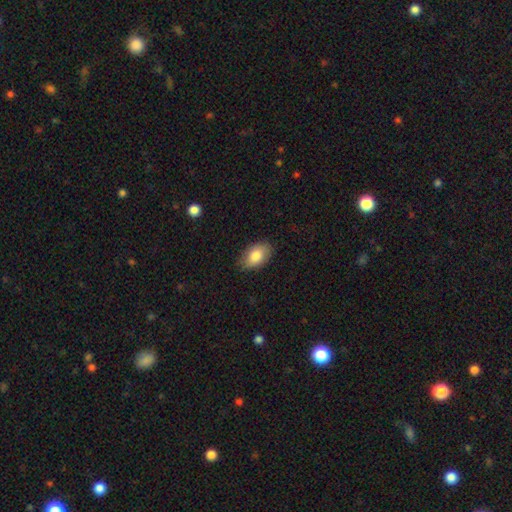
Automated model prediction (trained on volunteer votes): smooth_or_featured: smooth (p=0.83) [alt: featured or disk p=0.11]
how_rounded: in between (p=0.92) [alt: round p=0.06]
merging: none (p=0.85) [alt: minor disturbance p=0.12]